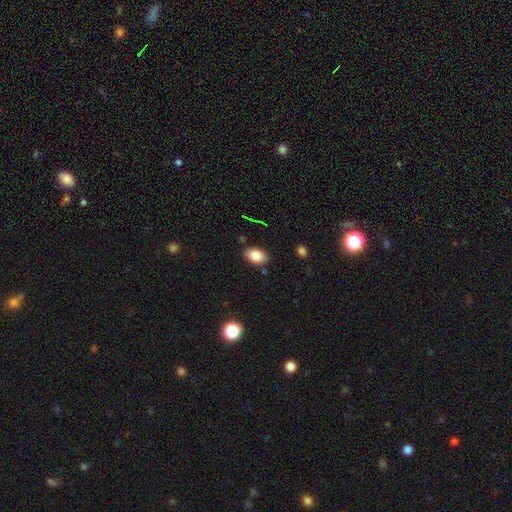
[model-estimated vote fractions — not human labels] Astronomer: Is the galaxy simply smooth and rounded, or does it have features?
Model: smooth — 82%.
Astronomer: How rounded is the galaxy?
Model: in between — 89%.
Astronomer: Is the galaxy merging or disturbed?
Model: none — 84%.